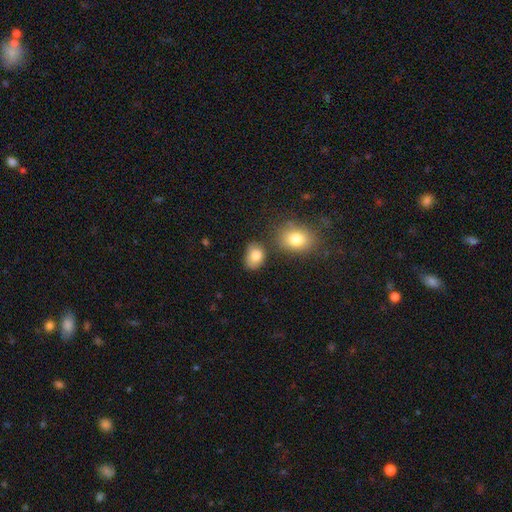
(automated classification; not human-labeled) Smooth or featured? Predicted: smooth (p=0.82). How rounded? Predicted: in between (p=0.67). Merging? Predicted: none (p=0.67).